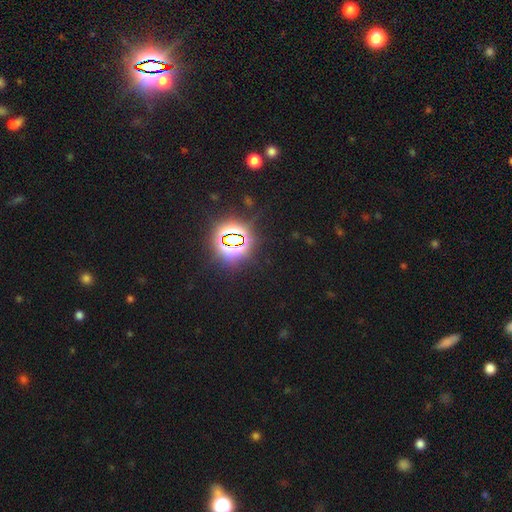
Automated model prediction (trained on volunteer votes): Smooth or featured?
  - star or artifact: 80% *
  - smooth: 14%
  - featured or disk: 6%